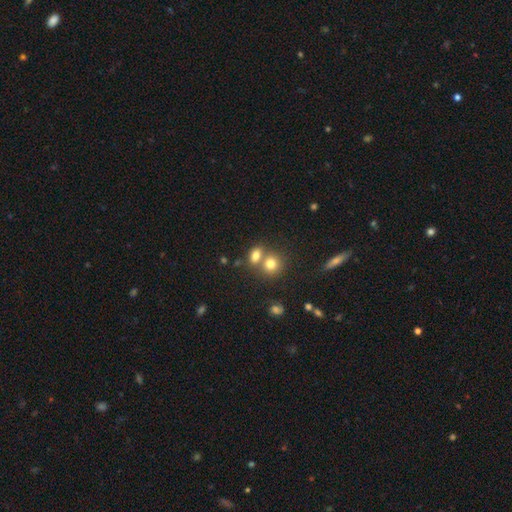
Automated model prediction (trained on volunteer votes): The model was most divided on "merging": merger: 47%, none: 41%, minor disturbance: 9%, major disturbance: 4%. More confident: smooth or featured — smooth (76%); how rounded — in between (63%).